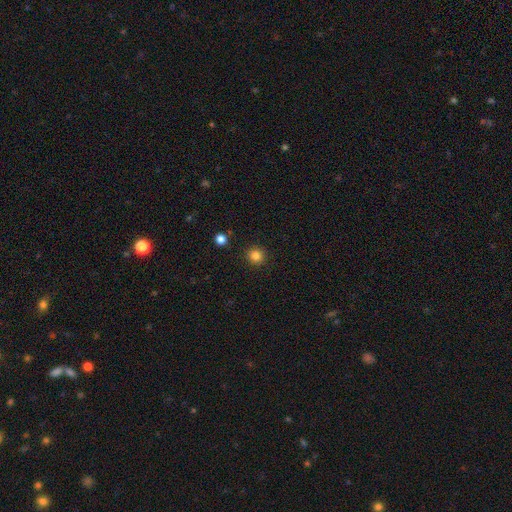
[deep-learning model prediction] The model was most divided on "smooth or featured": smooth: 83%, star or artifact: 12%, featured or disk: 4%. More confident: how rounded — round (95%); merging — none (91%).